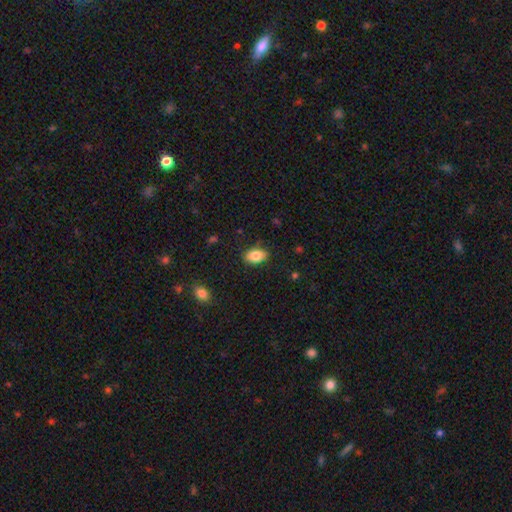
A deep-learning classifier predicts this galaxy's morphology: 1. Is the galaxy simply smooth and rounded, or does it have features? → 83% smooth, 9% featured or disk, 8% star or artifact.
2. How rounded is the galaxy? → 90% in between, 8% round, 2% cigar-shaped.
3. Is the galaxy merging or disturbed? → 83% none, 13% minor disturbance, 3% major disturbance, 1% merger.